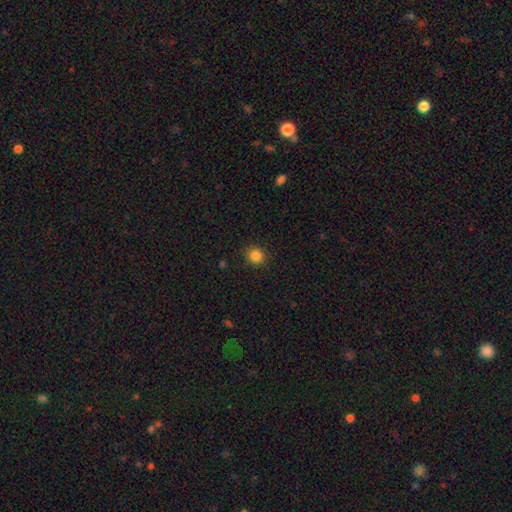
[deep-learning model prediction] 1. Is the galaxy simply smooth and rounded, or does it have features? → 85% smooth, 11% star or artifact, 4% featured or disk.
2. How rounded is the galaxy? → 88% round, 11% in between, 1% cigar-shaped.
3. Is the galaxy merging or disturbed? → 91% none, 6% minor disturbance, 2% major disturbance, 1% merger.